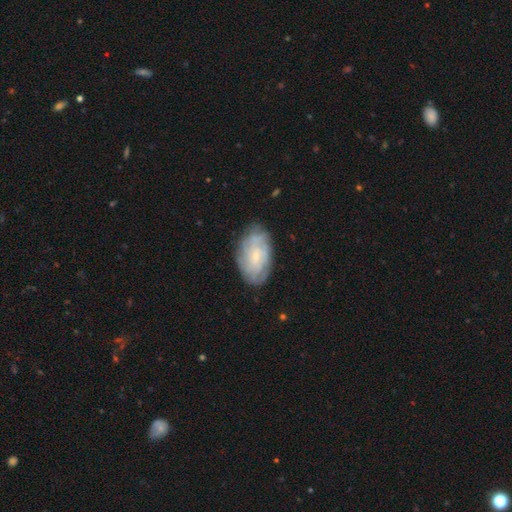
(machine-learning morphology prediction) Smooth or featured? featured or disk (62%)
Edge-on disk? no (95%)
Bar? no (71%)
Spiral arms? yes (80%)
Bulge size? small (75%)
Merging? none (77%)